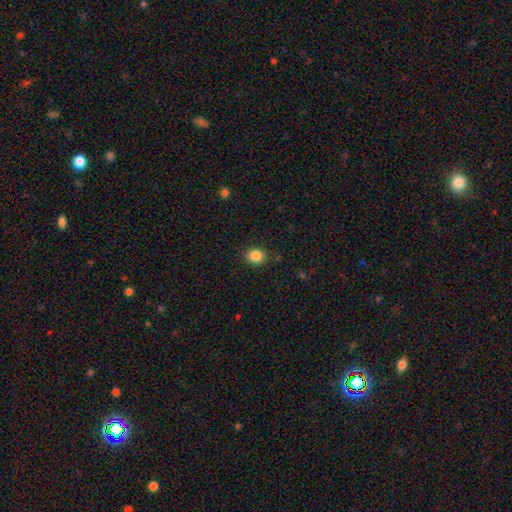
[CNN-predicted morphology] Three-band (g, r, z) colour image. It shows a smooth galaxy with no disk features (86%) that is round (65%). Merging: none (87%).